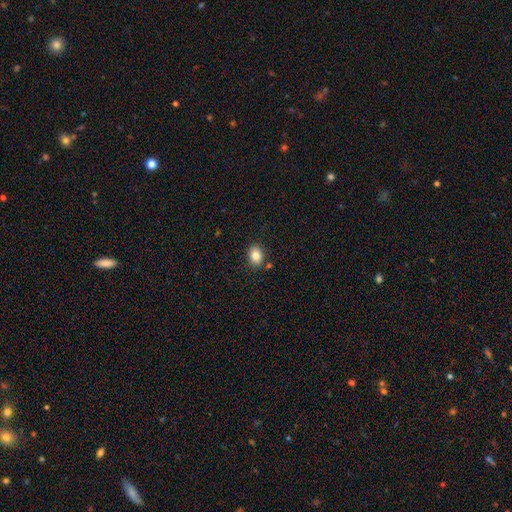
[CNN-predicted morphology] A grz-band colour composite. It shows a smooth galaxy with no disk features (83%) that is in between round and cigar-shaped (62%). Merging: none (82%).